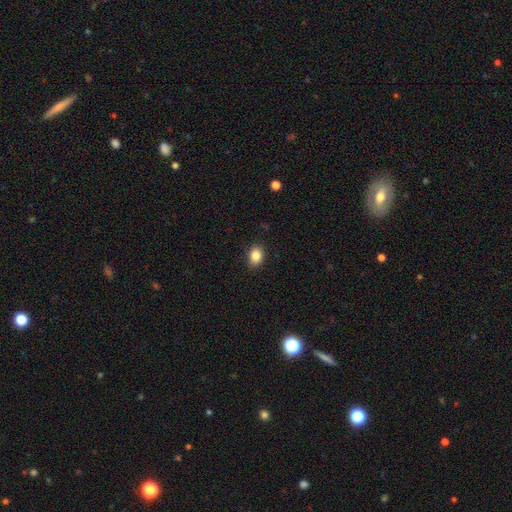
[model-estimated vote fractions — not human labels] Morphology: type=smooth (85%); roundness=in between (68%); merging=none (88%).